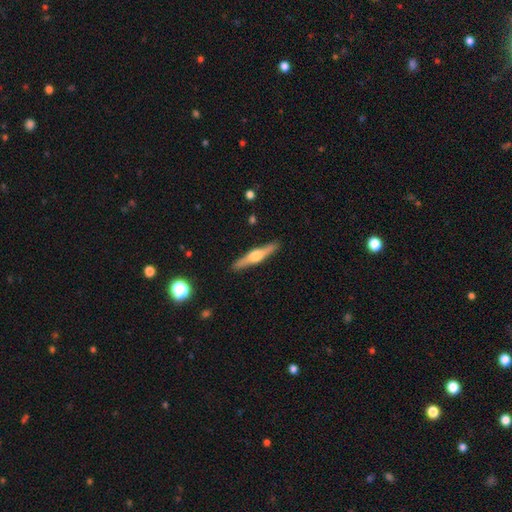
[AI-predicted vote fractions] A featured or disk galaxy (69%) viewed edge-on (97%) with a rounded central bulge (93%). Merging: none (90%).